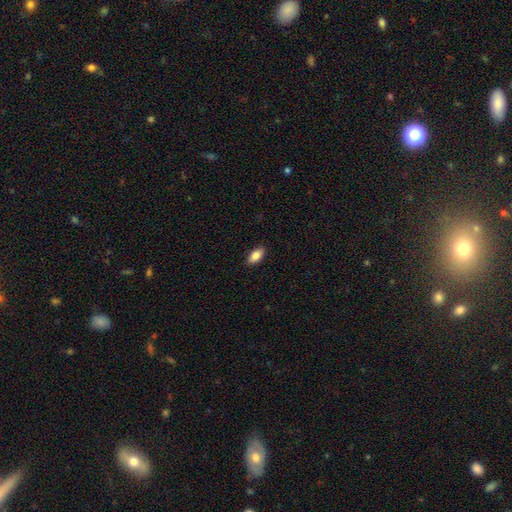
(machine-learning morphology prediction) Smooth or featured: smooth — 86% (featured or disk — 7%)
How rounded: in between — 91% (cigar-shaped — 5%)
Merging: none — 88% (minor disturbance — 9%)